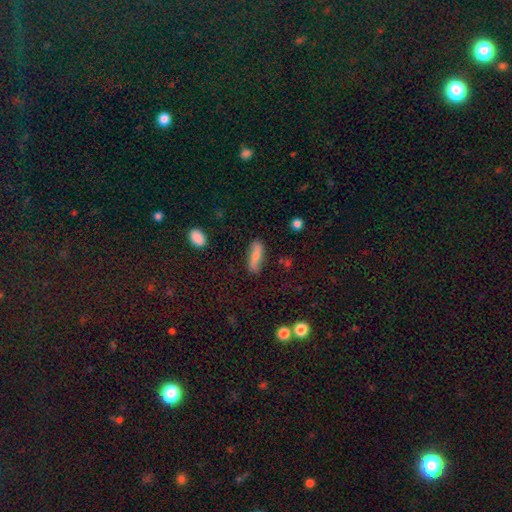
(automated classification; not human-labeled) A smooth galaxy with no disk features (66%) that is cigar-shaped (51%).

Vote fractions:
- Smooth or featured? smooth: 66% / featured or disk: 26% / star or artifact: 8%
- How rounded? cigar-shaped: 51% / in between: 45% / round: 4%
- Merging? none: 77% / minor disturbance: 16% / major disturbance: 4% / merger: 3%